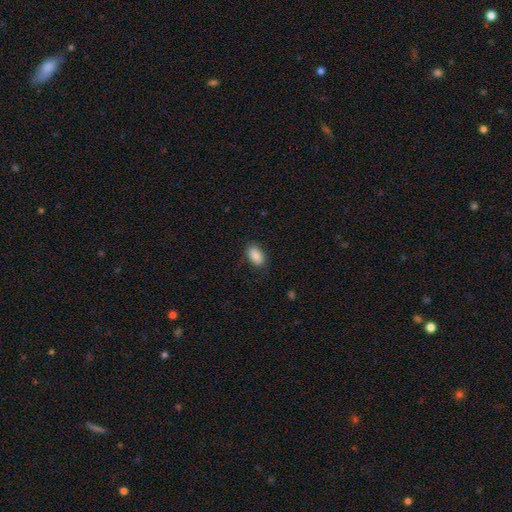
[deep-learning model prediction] A smooth galaxy with no disk features (87%) that is in between round and cigar-shaped (92%).

Vote fractions:
- Smooth or featured? smooth: 87% / star or artifact: 7% / featured or disk: 6%
- How rounded? in between: 92% / round: 6% / cigar-shaped: 2%
- Merging? none: 80% / minor disturbance: 15% / major disturbance: 4% / merger: 1%